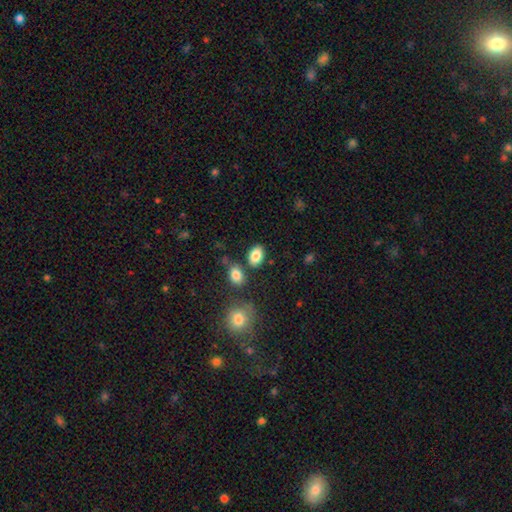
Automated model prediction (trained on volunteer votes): Morphology: type=smooth (85%); roundness=in between (82%); merging=none (78%).